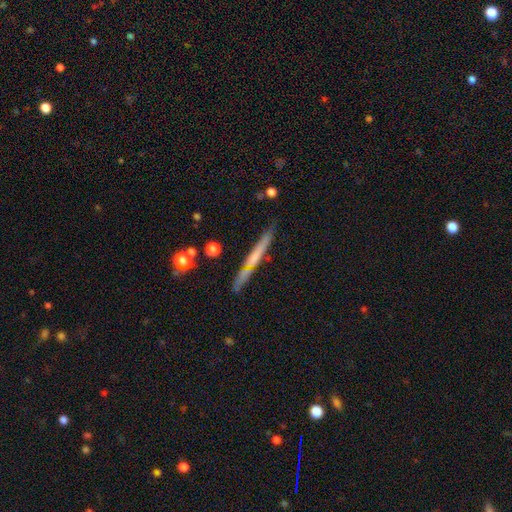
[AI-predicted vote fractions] smooth_or_featured: featured or disk (p=0.47) [alt: smooth p=0.45]
merging: none (p=0.77) [alt: minor disturbance p=0.14]